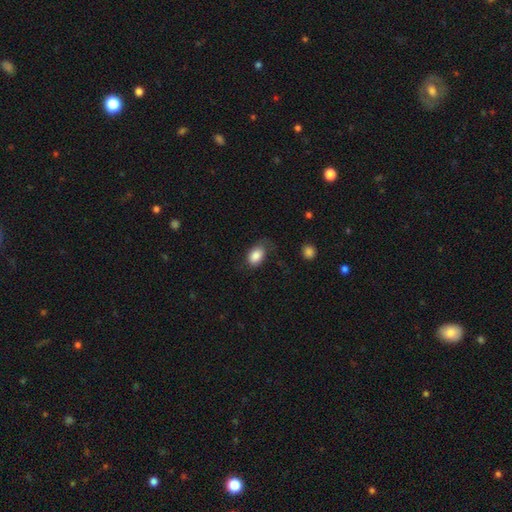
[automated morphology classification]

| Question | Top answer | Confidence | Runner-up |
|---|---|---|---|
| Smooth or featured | smooth | 84% | featured or disk (9%) |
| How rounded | in between | 86% | round (13%) |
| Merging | none | 58% | minor disturbance (25%) |